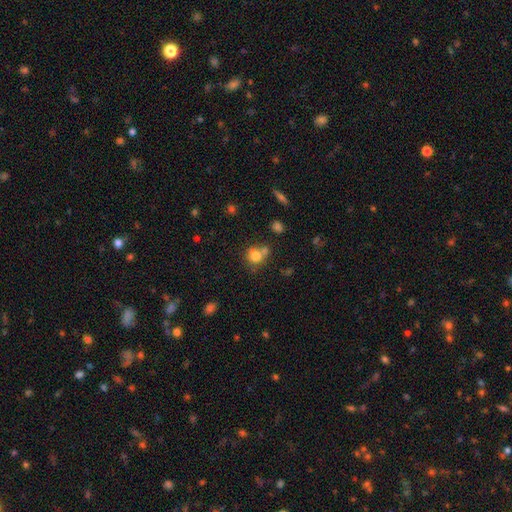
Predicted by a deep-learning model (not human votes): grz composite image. It shows a smooth galaxy with no disk features (76%) that is round (79%). Merging: none (48%).